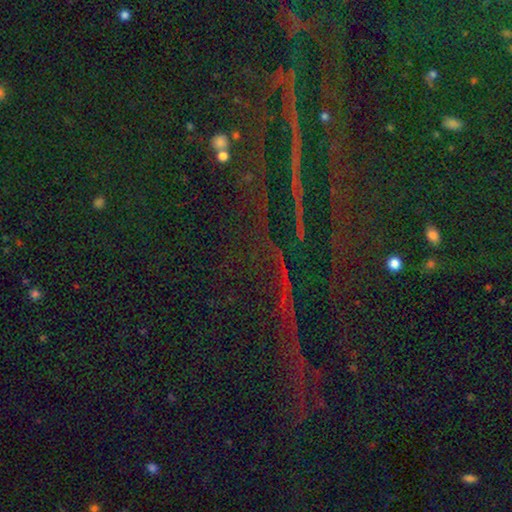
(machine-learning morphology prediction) Smooth or featured? Predicted: star or artifact (p=0.86).